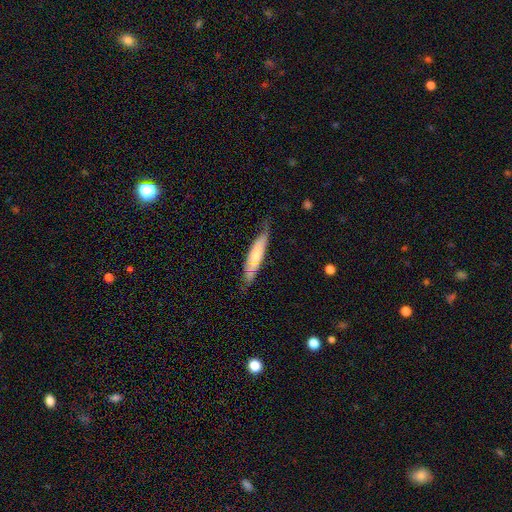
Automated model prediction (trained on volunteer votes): smooth 55%, featured or disk 39%, star or artifact 6%. Down the decision tree: how rounded — cigar-shaped (75%); merging — none (60%).